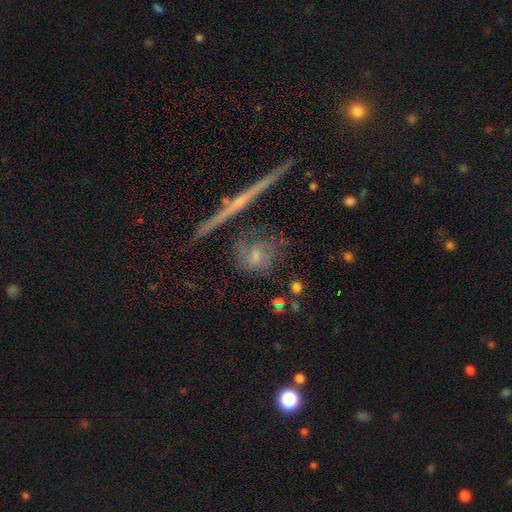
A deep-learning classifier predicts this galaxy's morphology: The model was most divided on "smooth or featured": smooth: 50%, featured or disk: 33%, star or artifact: 16%. More confident: merging — none (70%); how rounded — round (69%).